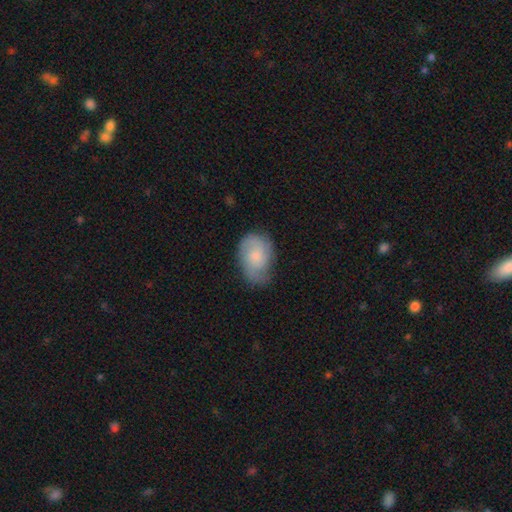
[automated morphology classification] The model was most divided on "smooth or featured": smooth: 51%, featured or disk: 42%, star or artifact: 7%. More confident: how rounded — in between (81%); merging — none (57%).